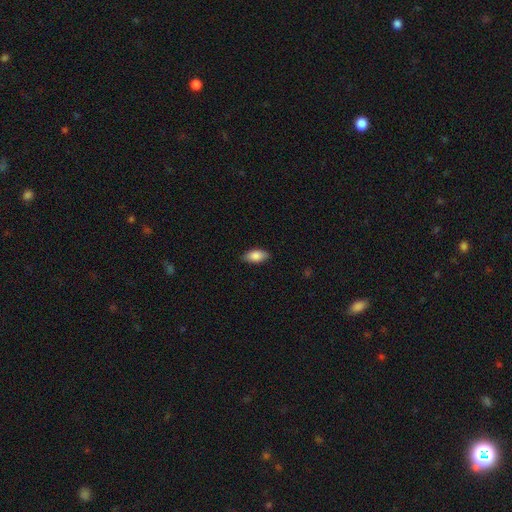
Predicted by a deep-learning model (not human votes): The model was most divided on "merging": none: 86%, minor disturbance: 11%, major disturbance: 2%, merger: 1%. More confident: how rounded — in between (91%); smooth or featured — smooth (85%).